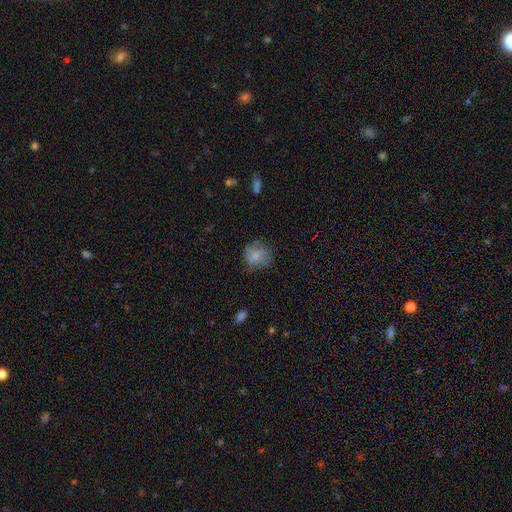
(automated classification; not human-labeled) A smooth galaxy with no disk features (76%) that is round (80%). Merging: none (67%).